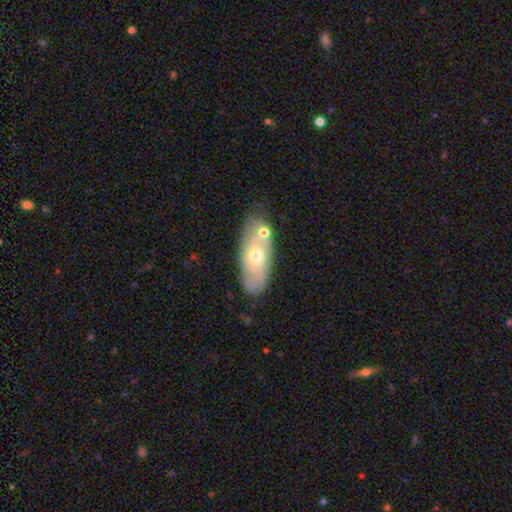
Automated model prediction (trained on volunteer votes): Smooth or featured?
  - featured or disk: 58% *
  - smooth: 36%
  - star or artifact: 7%
Edge-on disk?
  - no: 84% *
  - yes: 16%
Merging?
  - none: 67% *
  - minor disturbance: 16%
  - merger: 13%
  - major disturbance: 4%